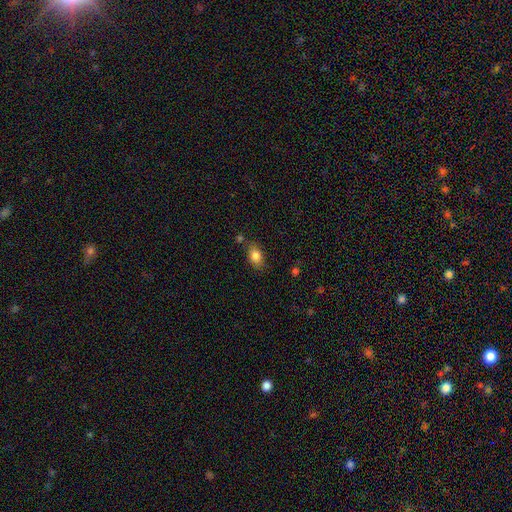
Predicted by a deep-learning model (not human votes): Morphology: type=smooth (83%); roundness=in between (81%); merging=none (73%).